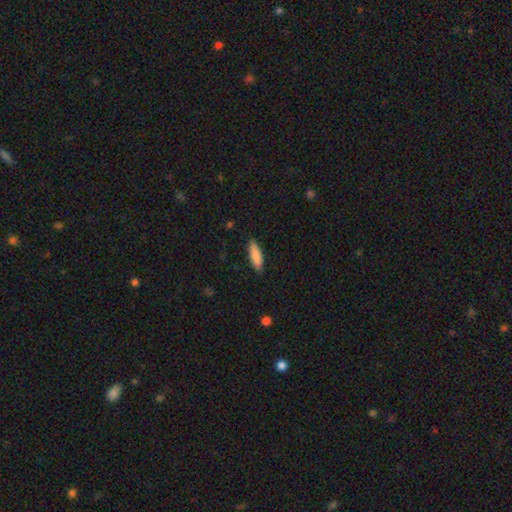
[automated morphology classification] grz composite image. It shows a smooth galaxy with no disk features (87%) that is cigar-shaped (58%). Merging: none (88%).